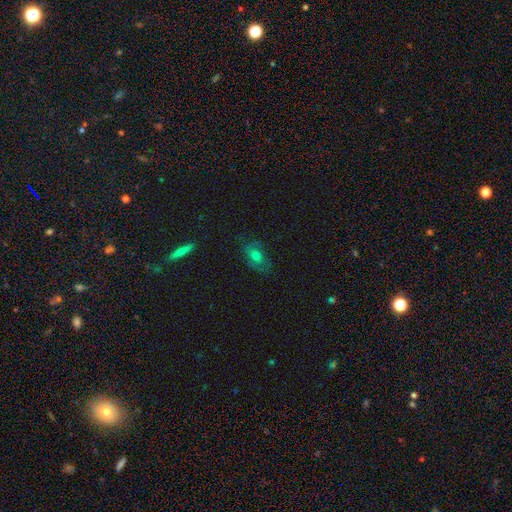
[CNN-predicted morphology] smooth-or-featured: smooth: 59% | featured or disk: 29% | star or artifact: 12%
  how-rounded: in between: 81% | round: 14% | cigar-shaped: 4%
  merging: none: 70% | minor disturbance: 20% | major disturbance: 8% | merger: 2%